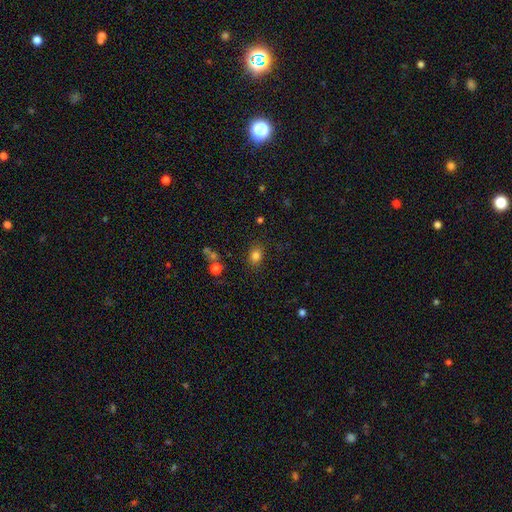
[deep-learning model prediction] Smooth or featured: smooth — 80% (star or artifact — 13%)
How rounded: in between — 54% (round — 45%)
Merging: none — 80% (minor disturbance — 13%)